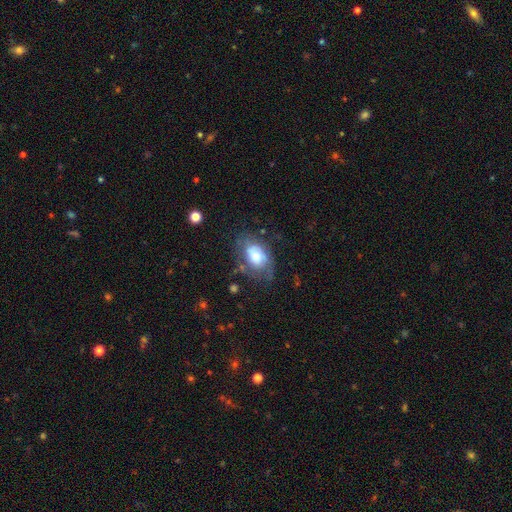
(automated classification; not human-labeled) This is possibly a smooth galaxy (48%). Merging: possibly none (50%).